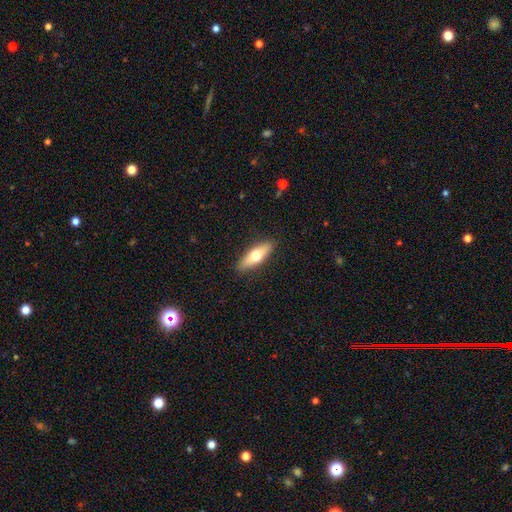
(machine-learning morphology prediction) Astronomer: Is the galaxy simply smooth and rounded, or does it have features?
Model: smooth — 56% (runner-up: featured or disk, 38%).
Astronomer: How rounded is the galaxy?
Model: cigar-shaped — 50% (runner-up: in between, 47%).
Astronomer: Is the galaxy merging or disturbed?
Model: none — 90%.